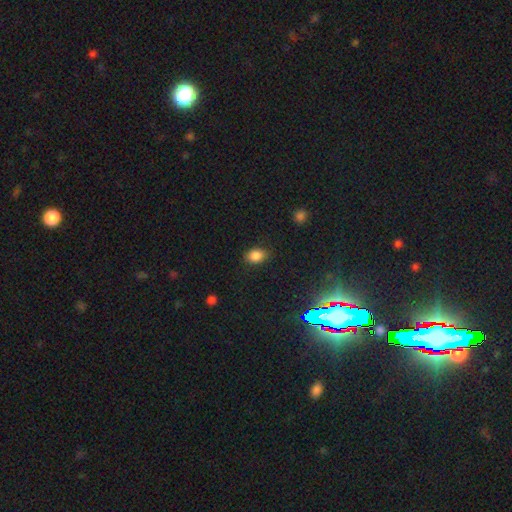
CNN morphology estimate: smooth 84%, star or artifact 11%, featured or disk 5%. Down the decision tree: how rounded — in between (73%); merging — none (81%).